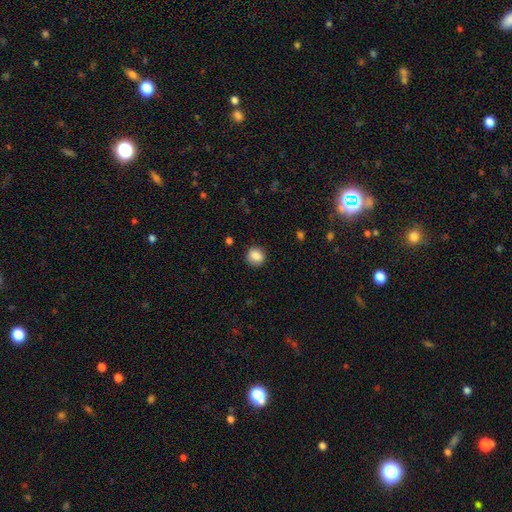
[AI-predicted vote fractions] Smooth or featured?
  - smooth: 86% *
  - star or artifact: 9%
  - featured or disk: 5%
How rounded?
  - round: 83% *
  - in between: 17%
  - cigar-shaped: 1%
Merging?
  - none: 86% *
  - minor disturbance: 10%
  - major disturbance: 3%
  - merger: 1%